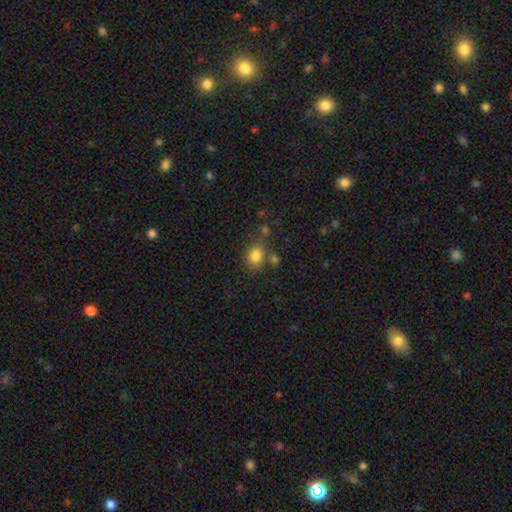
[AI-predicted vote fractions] This is clearly a smooth galaxy (82%). How rounded: possibly round (54%). Merging: likely none (70%).